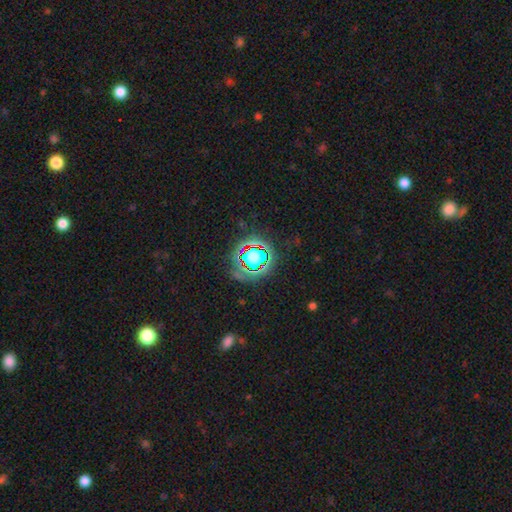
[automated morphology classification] The model was most divided on "smooth or featured": star or artifact: 80%, smooth: 12%, featured or disk: 8%.